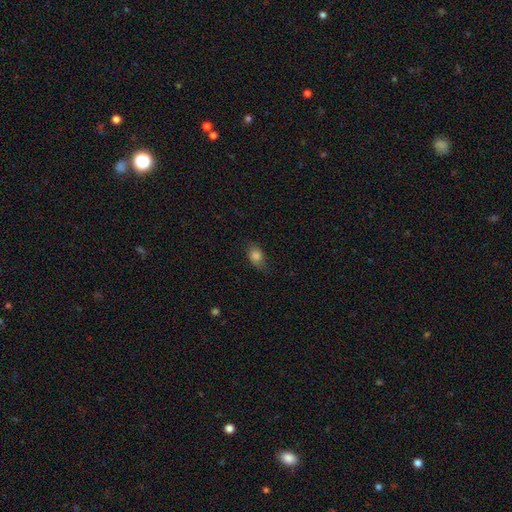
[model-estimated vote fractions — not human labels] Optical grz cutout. It shows a smooth galaxy with no disk features (81%) that is in between round and cigar-shaped (72%). Merging: none (69%).